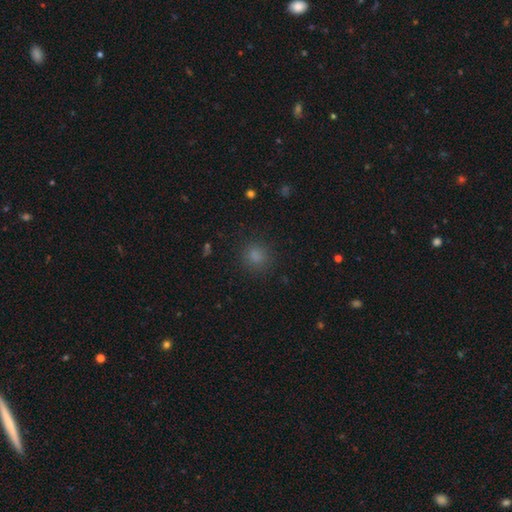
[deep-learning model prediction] Morphology: type=smooth (80%); roundness=round (84%); merging=none (85%).